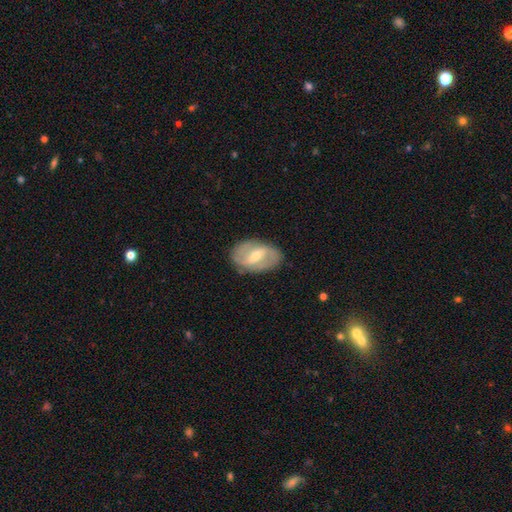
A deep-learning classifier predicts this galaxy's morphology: The model was most divided on "spiral winding": medium: 40%, loose: 34%, tight: 26%. Remaining: edge-on disk — no (94%); merging — none (81%); spiral arm count — 2 (78%); spiral arms — yes (76%); smooth or featured — featured or disk (71%); bulge size — moderate (53%); bar — weak (47%).